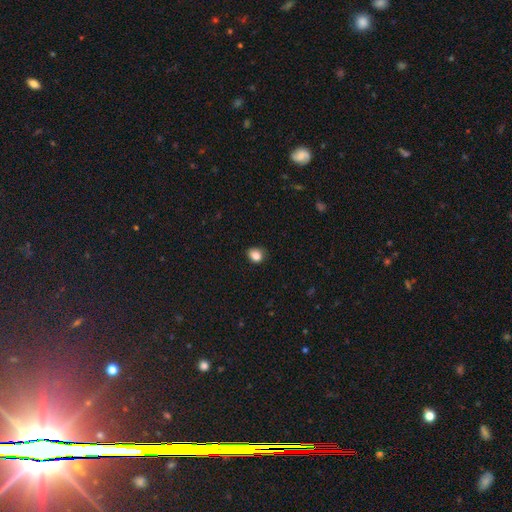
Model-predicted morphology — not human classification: type=smooth (86%); roundness=round (57%); merging=none (83%).